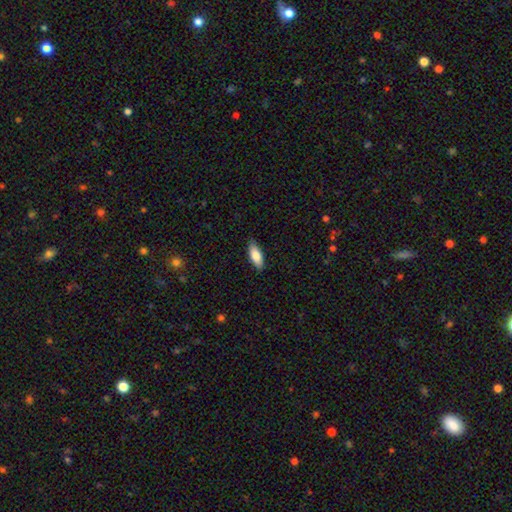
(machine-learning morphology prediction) This is clearly a smooth galaxy (81%). How rounded: likely in between (76%). Merging: clearly none (86%).